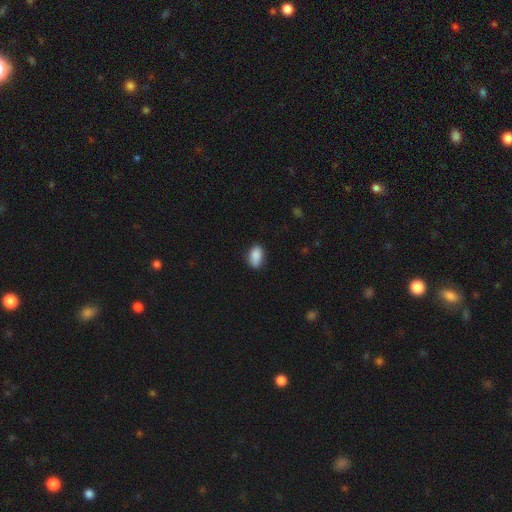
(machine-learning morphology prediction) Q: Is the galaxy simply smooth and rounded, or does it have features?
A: smooth — 89%.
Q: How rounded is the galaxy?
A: in between — 91%.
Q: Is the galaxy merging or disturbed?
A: none — 81%.